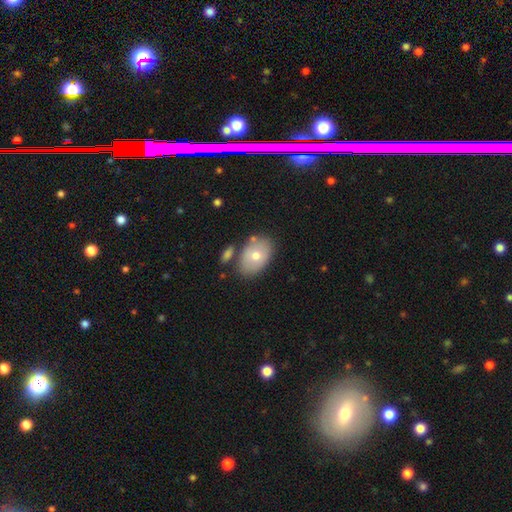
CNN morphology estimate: smooth 69%, featured or disk 24%, star or artifact 8%. Down the decision tree: how rounded — in between (84%); merging — none (71%).